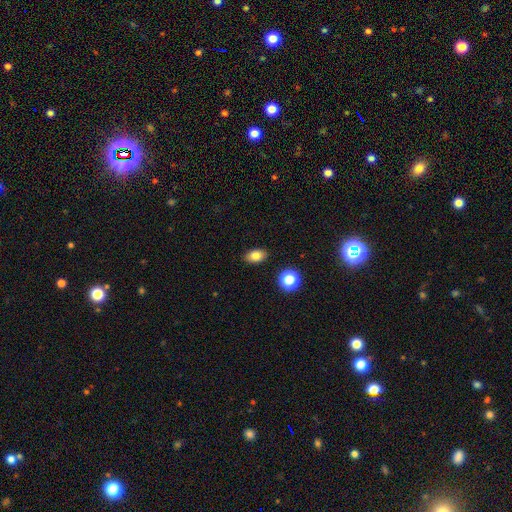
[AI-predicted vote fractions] smooth_or_featured: smooth (p=0.81) [alt: star or artifact p=0.11]
how_rounded: in between (p=0.84) [alt: round p=0.14]
merging: none (p=0.88) [alt: minor disturbance p=0.08]